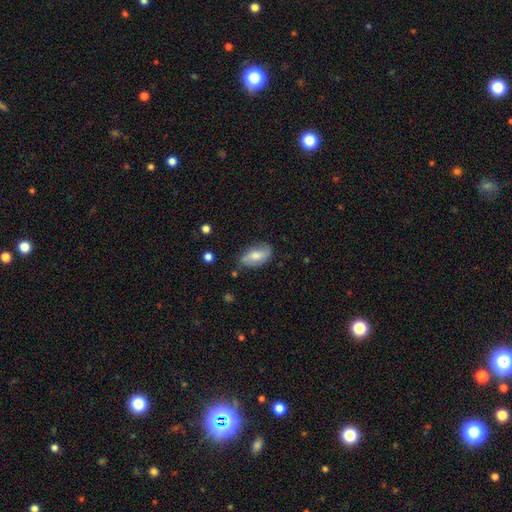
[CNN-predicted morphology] Smooth or featured?
  - smooth: 52% *
  - featured or disk: 41%
  - star or artifact: 7%
How rounded?
  - in between: 89% *
  - cigar-shaped: 6%
  - round: 5%
Merging?
  - none: 70% *
  - minor disturbance: 23%
  - major disturbance: 6%
  - merger: 2%